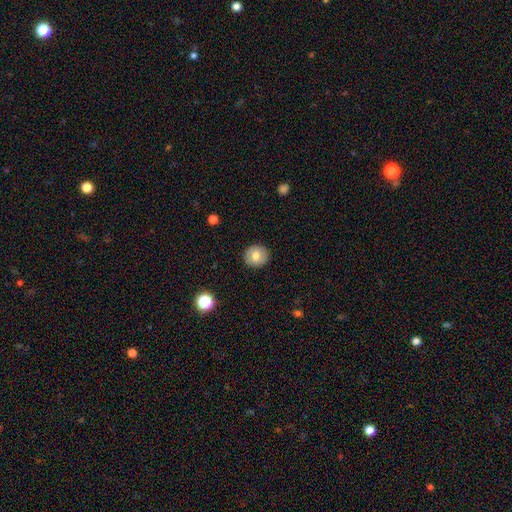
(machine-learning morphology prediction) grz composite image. It shows a smooth galaxy with no disk features (76%) that is round (89%). Merging: none (91%).